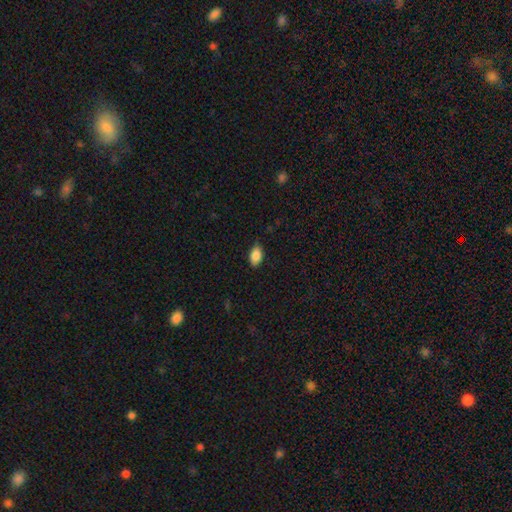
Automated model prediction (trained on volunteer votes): smooth_or_featured: smooth (p=0.87) [alt: star or artifact p=0.07]
how_rounded: in between (p=0.91) [alt: round p=0.07]
merging: none (p=0.80) [alt: minor disturbance p=0.16]